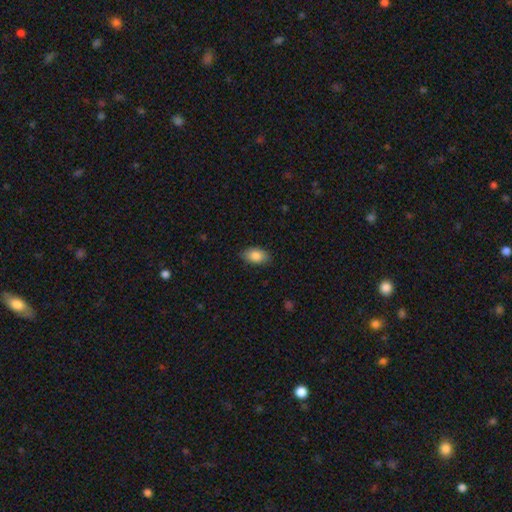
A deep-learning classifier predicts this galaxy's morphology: This appears to be a smooth galaxy with no disk features (85%) that is in between round and cigar-shaped (91%). Merging: none (85%).